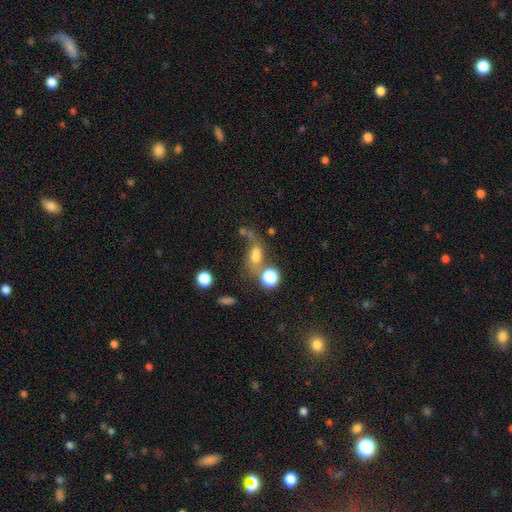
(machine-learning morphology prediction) Smooth or featured: smooth — 57% (featured or disk — 22%)
How rounded: in between — 55% (round — 38%)
Merging: merger — 33% (none — 29%)